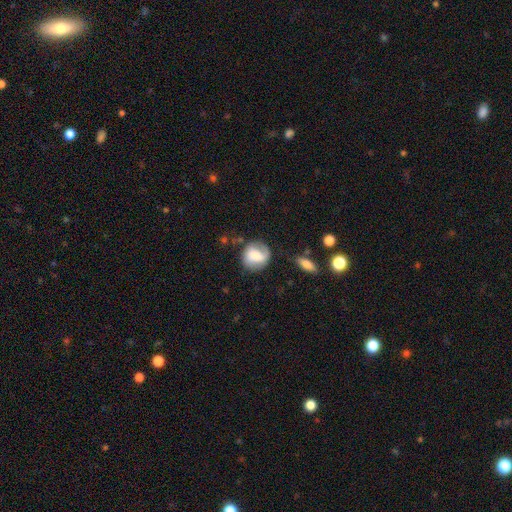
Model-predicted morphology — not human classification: smooth_or_featured: smooth (p=0.53) [alt: featured or disk p=0.40]
how_rounded: round (p=0.78) [alt: in between p=0.20]
merging: none (p=0.66) [alt: minor disturbance p=0.21]